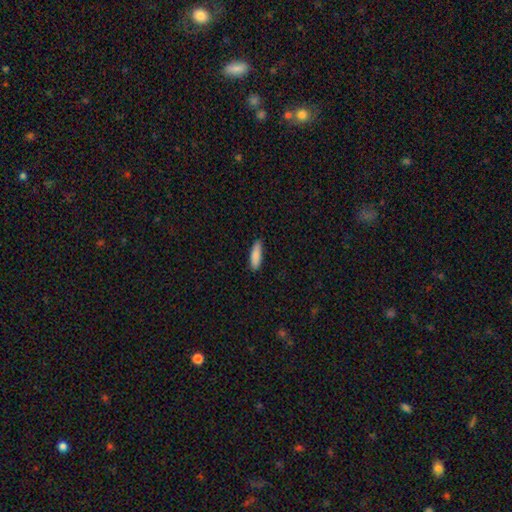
Morphology: type=smooth (87%); roundness=cigar-shaped (74%); merging=none (97%).